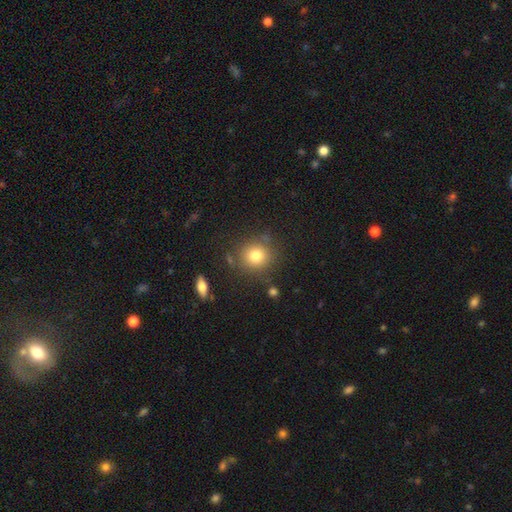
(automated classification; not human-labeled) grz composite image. It shows a smooth galaxy with no disk features (79%) that is round (88%). Merging: none (81%).